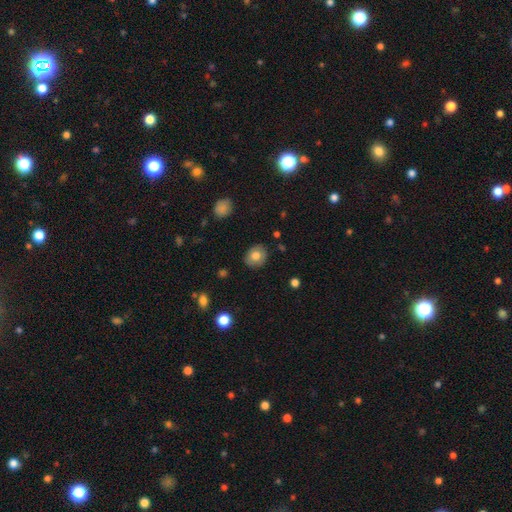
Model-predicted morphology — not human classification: Smooth or featured?
  - smooth: 76% *
  - featured or disk: 16%
  - star or artifact: 8%
How rounded?
  - round: 60% *
  - in between: 39%
  - cigar-shaped: 1%
Merging?
  - none: 84% *
  - minor disturbance: 12%
  - major disturbance: 3%
  - merger: 1%